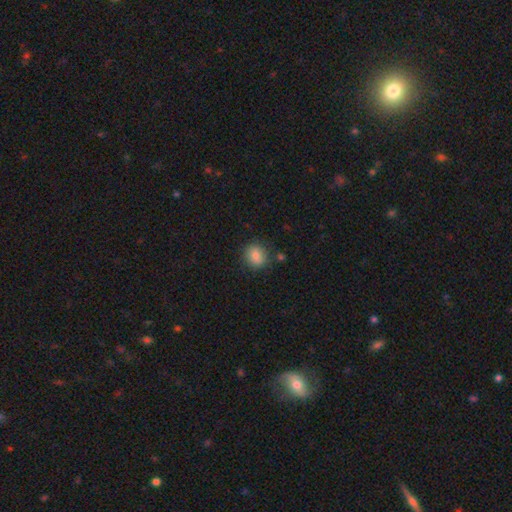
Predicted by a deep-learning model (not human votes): Smooth or featured: smooth — 81% (star or artifact — 10%)
How rounded: round — 79% (in between — 20%)
Merging: none — 82% (minor disturbance — 11%)